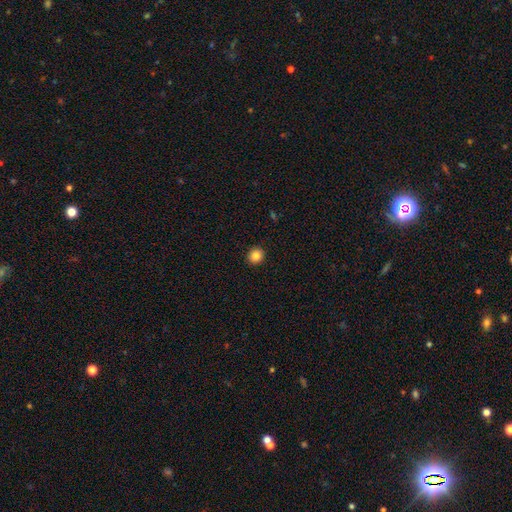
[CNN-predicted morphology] Smooth or featured: smooth — 84% (star or artifact — 10%)
How rounded: round — 90% (in between — 9%)
Merging: none — 93% (minor disturbance — 5%)